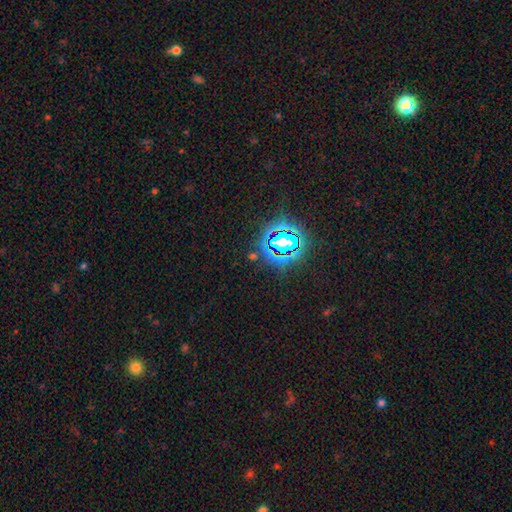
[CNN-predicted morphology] Smooth or featured?
  - star or artifact: 77% *
  - smooth: 14%
  - featured or disk: 9%